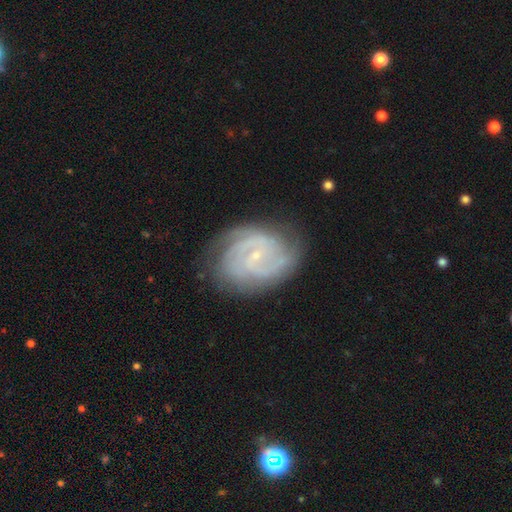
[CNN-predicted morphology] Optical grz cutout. It shows a featured or disk galaxy (85%) with no bar (44%, tied with weak), 2 (38%) tight (56%) spiral arms (96%) and a small central bulge (84%). Merging: none (75%).